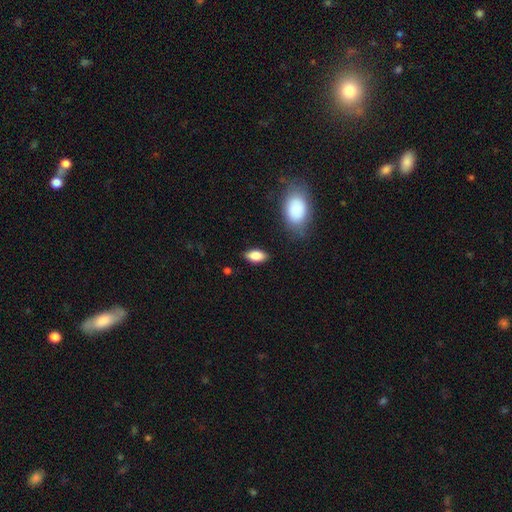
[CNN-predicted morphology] A smooth galaxy with no disk features (81%) that is in between round and cigar-shaped (89%). Merging: none (84%).